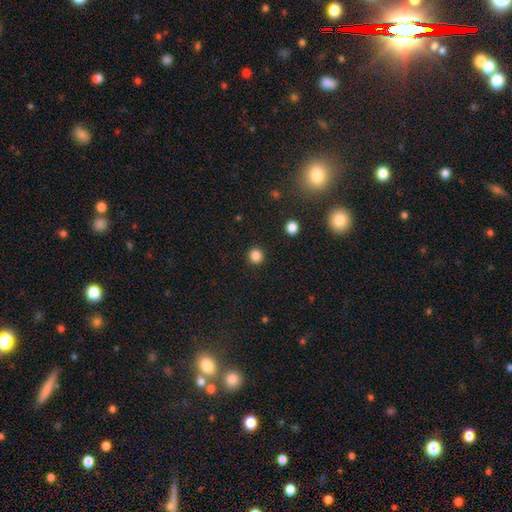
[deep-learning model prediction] Morphology: type=smooth (85%); roundness=round (92%); merging=none (92%).